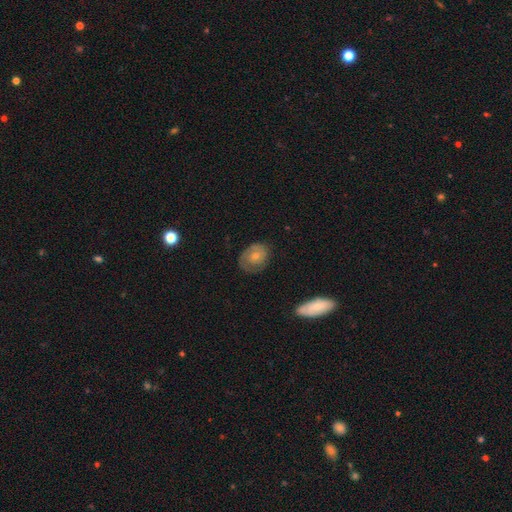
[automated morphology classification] featured or disk 47%, smooth 45%, star or artifact 8%. Down the decision tree: merging — none (66%).